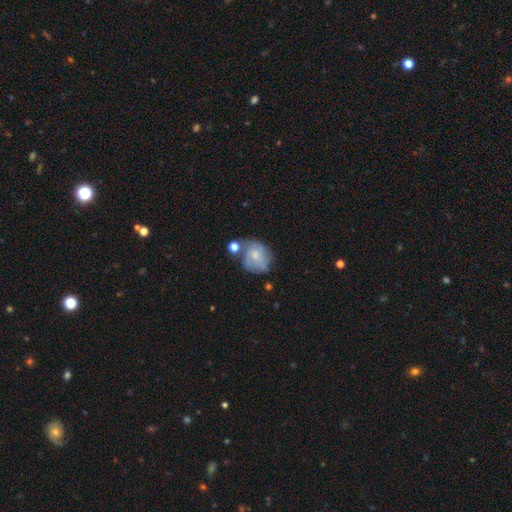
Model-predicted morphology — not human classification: type=featured or disk (50%); edge-on=no (98%); merging=none (49%).